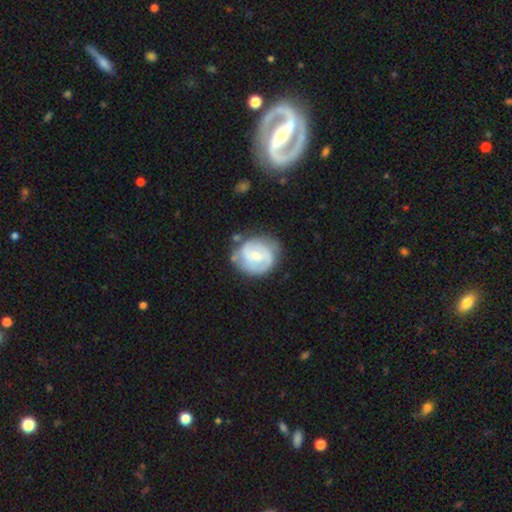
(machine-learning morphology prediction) Smooth or featured? Predicted: featured or disk (p=0.66). Edge-on disk? Predicted: no (p=0.98). Bar? Predicted: weak (p=0.46). Spiral arms? Predicted: yes (p=0.80). Spiral winding? Predicted: tight (p=0.47). Spiral arm count? Predicted: 2 (p=0.61). Bulge size? Predicted: small (p=0.51). Merging? Predicted: none (p=0.62).